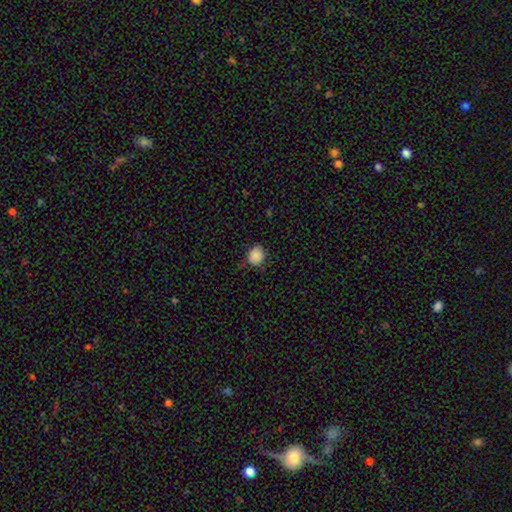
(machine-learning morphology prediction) Q: Smooth or featured?
A: smooth (86%); runner-up: star or artifact (9%)
Q: How rounded?
A: round (72%); runner-up: in between (27%)
Q: Merging?
A: none (76%); runner-up: minor disturbance (19%)